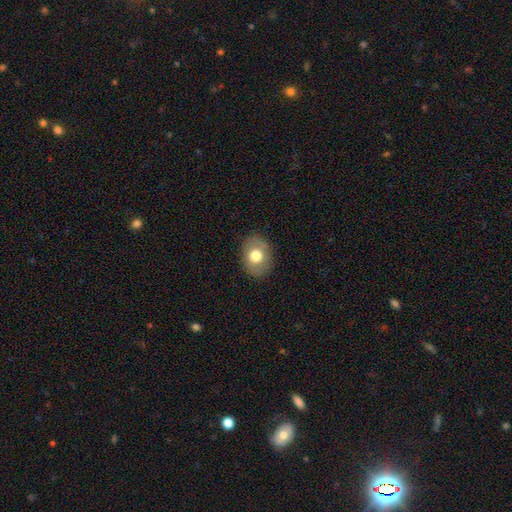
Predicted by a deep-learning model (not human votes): smooth 69%, featured or disk 24%, star or artifact 8%. Down the decision tree: how rounded — in between (64%); merging — none (84%).